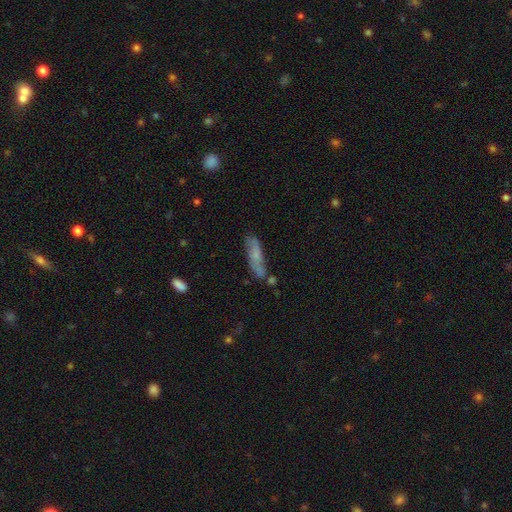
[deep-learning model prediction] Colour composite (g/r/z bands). It shows a smooth galaxy with no disk features (53%) that is cigar-shaped (63%). Merging: none (63%).